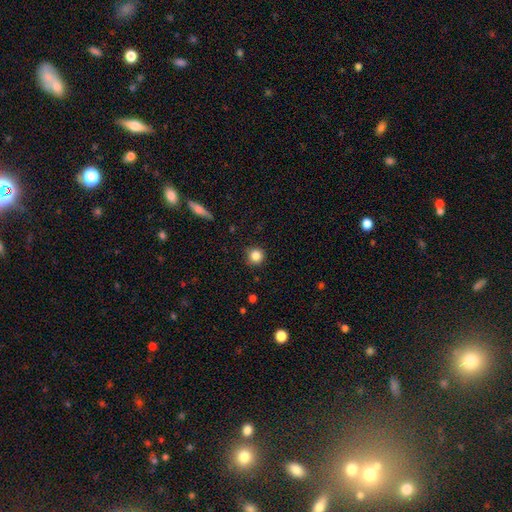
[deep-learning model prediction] A smooth galaxy with no disk features (85%) that is round (94%). Merging: none (88%).